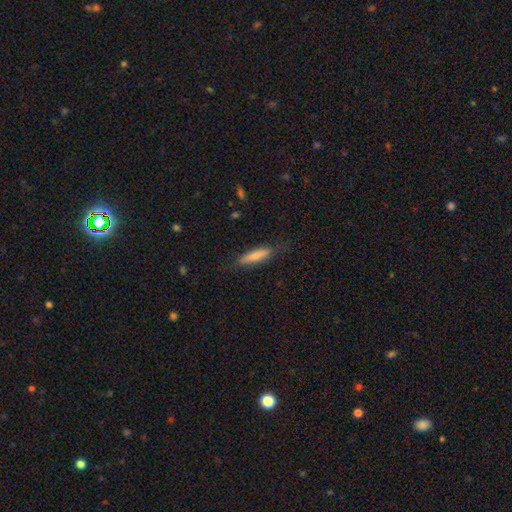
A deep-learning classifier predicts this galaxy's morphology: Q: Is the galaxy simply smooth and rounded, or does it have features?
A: smooth — 76%.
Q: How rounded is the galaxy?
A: cigar-shaped — 73%.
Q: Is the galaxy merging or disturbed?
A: none — 78%.